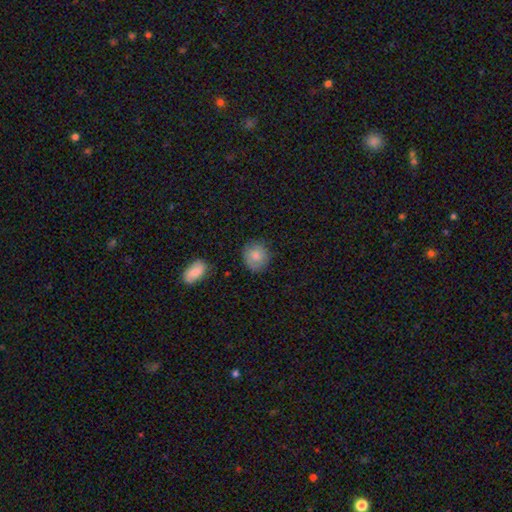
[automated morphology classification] Smooth or featured? Predicted: smooth (p=0.80). How rounded? Predicted: round (p=0.82). Merging? Predicted: none (p=0.81).